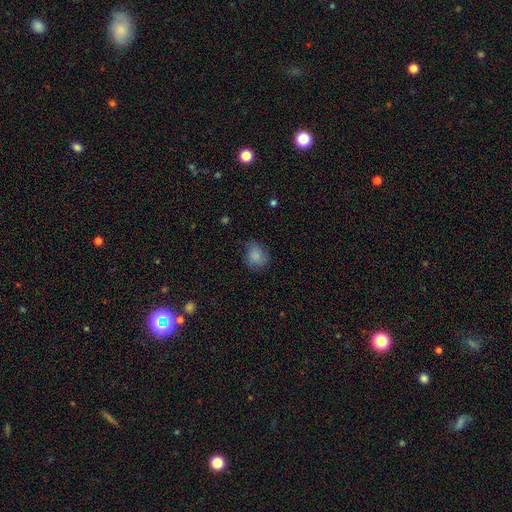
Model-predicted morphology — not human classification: Q: Smooth or featured?
A: smooth (83%); runner-up: star or artifact (9%)
Q: How rounded?
A: round (68%); runner-up: in between (32%)
Q: Merging?
A: none (68%); runner-up: minor disturbance (24%)